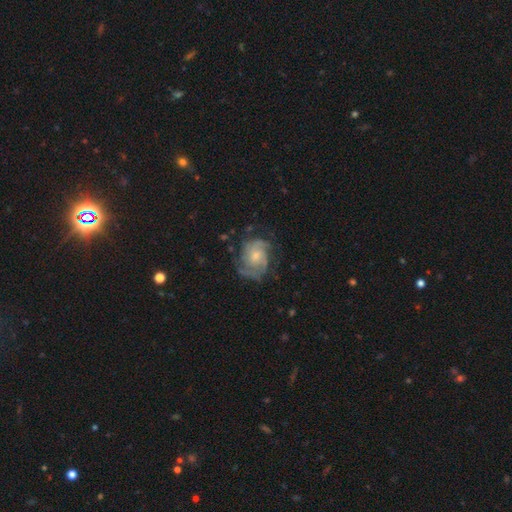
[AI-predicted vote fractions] The model was most divided on "spiral winding": tight: 46%, medium: 41%, loose: 13%. Remaining: edge-on disk — no (98%); spiral arms — yes (93%); smooth or featured — featured or disk (80%); bar — no (72%); merging — none (66%); bulge size — small (54%); spiral arm count — 2 (36%).